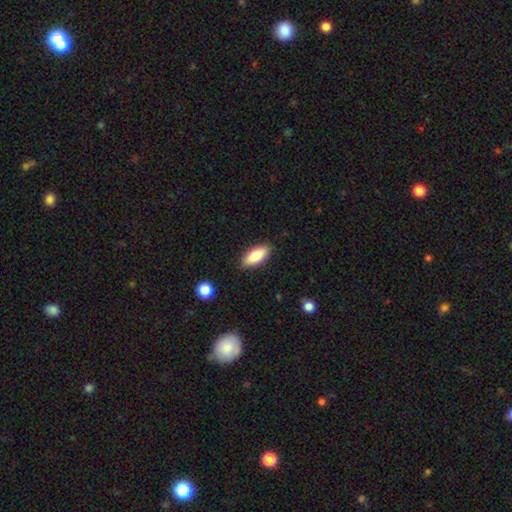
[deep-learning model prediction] smooth_or_featured: smooth (p=0.80) [alt: featured or disk p=0.13]
how_rounded: in between (p=0.78) [alt: cigar-shaped p=0.20]
merging: none (p=0.87) [alt: minor disturbance p=0.09]